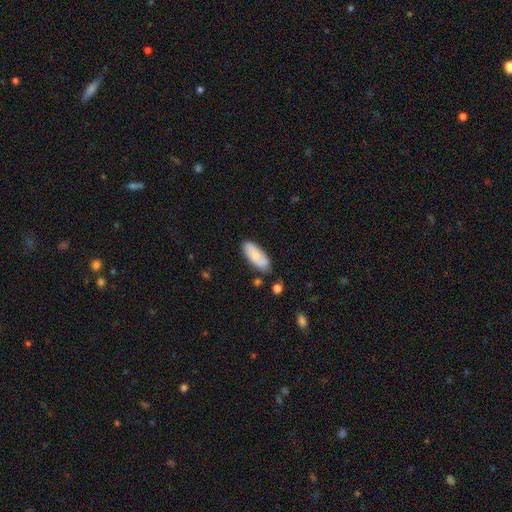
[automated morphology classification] smooth_or_featured: smooth (p=0.75) [alt: featured or disk p=0.18]
how_rounded: in between (p=0.81) [alt: cigar-shaped p=0.18]
merging: none (p=0.74) [alt: minor disturbance p=0.18]